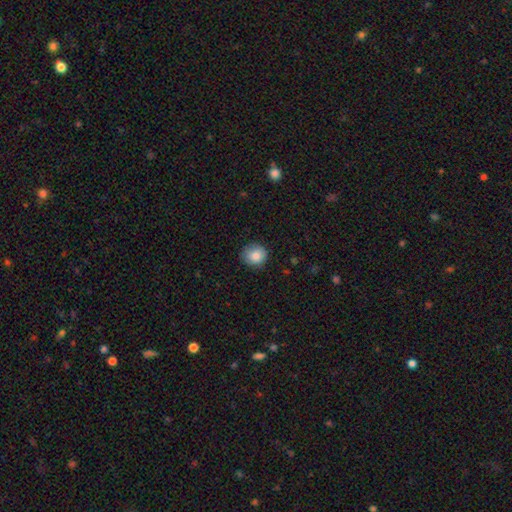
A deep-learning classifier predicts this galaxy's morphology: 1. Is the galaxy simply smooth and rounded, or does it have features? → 85% smooth, 9% star or artifact, 6% featured or disk.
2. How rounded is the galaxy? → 85% round, 14% in between, 1% cigar-shaped.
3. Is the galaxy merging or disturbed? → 84% none, 13% minor disturbance, 2% major disturbance, 1% merger.